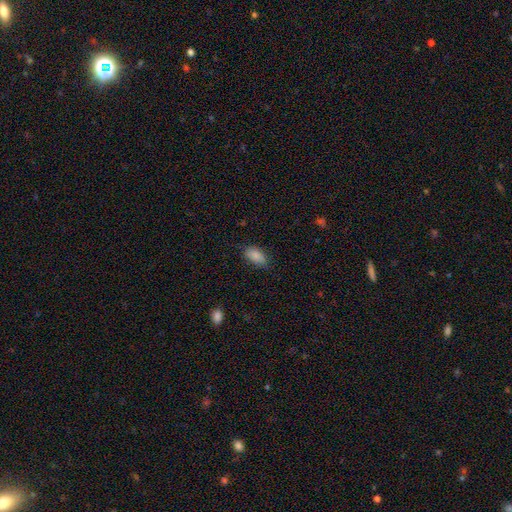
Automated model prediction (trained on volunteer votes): The model was most divided on "merging": none: 76%, minor disturbance: 19%, major disturbance: 4%, merger: 1%. More confident: how rounded — in between (92%); smooth or featured — smooth (87%).